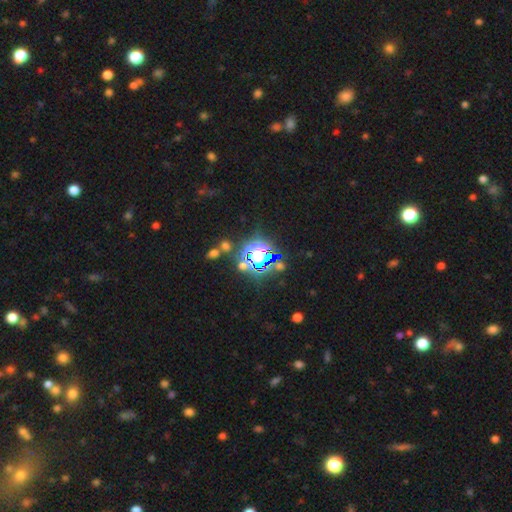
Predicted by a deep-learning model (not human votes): smooth-or-featured: star or artifact: 69% | smooth: 21% | featured or disk: 11%